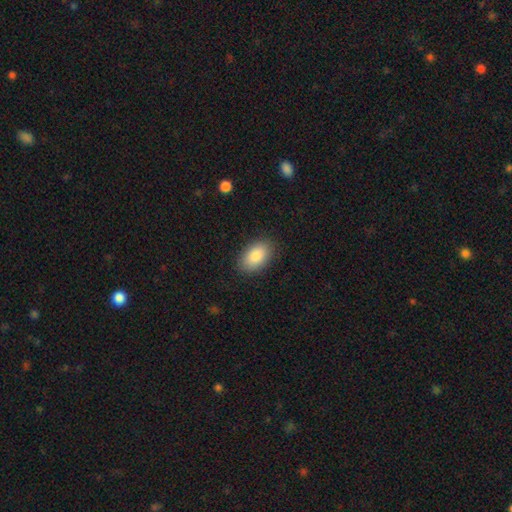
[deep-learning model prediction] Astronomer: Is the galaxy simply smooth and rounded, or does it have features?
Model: smooth — 86%.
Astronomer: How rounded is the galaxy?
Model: in between — 92%.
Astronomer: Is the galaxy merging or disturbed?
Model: none — 87%.